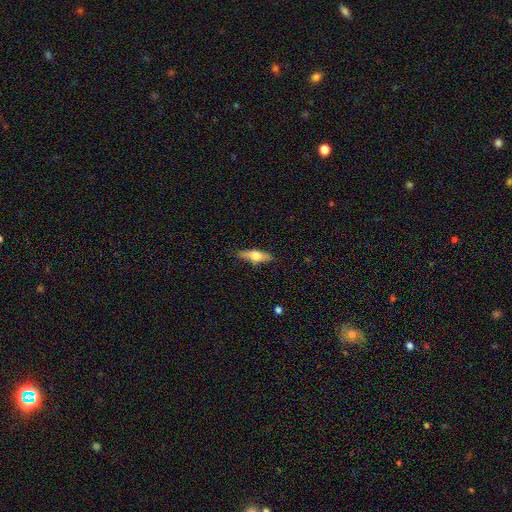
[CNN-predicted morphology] A smooth galaxy with no disk features (47%, tied with featured or disk).

Vote fractions:
- Smooth or featured? smooth: 47% (tied) / featured or disk: 47% (tied) / star or artifact: 6%
- Merging? none: 85% / minor disturbance: 11% / major disturbance: 2% / merger: 1%